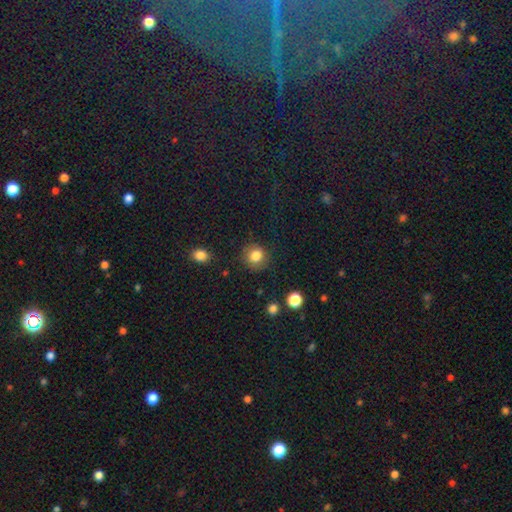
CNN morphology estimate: This appears to be a smooth galaxy with no disk features (83%) that is round (85%). Merging: none (83%).